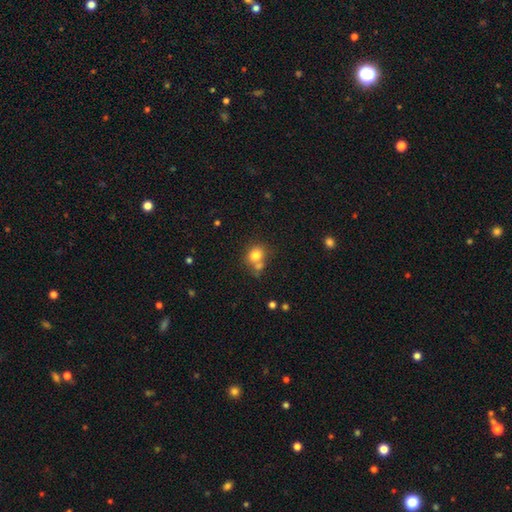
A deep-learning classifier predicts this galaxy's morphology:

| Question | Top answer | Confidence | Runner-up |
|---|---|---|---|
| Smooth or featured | smooth | 79% | star or artifact (11%) |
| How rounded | round | 69% | in between (30%) |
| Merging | none | 50% | merger (31%) |